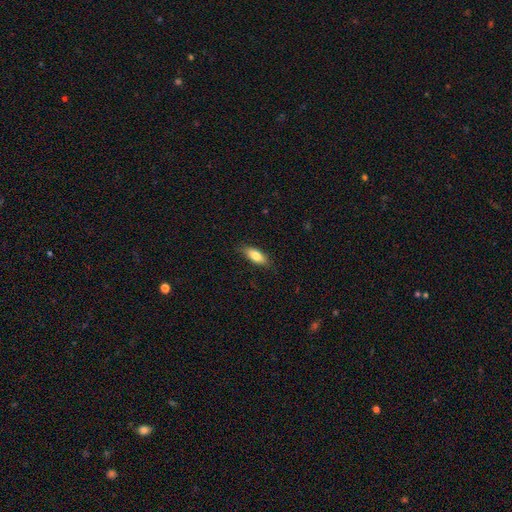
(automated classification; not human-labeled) A smooth galaxy with no disk features (80%) that is in between round and cigar-shaped (77%). Merging: none (83%).